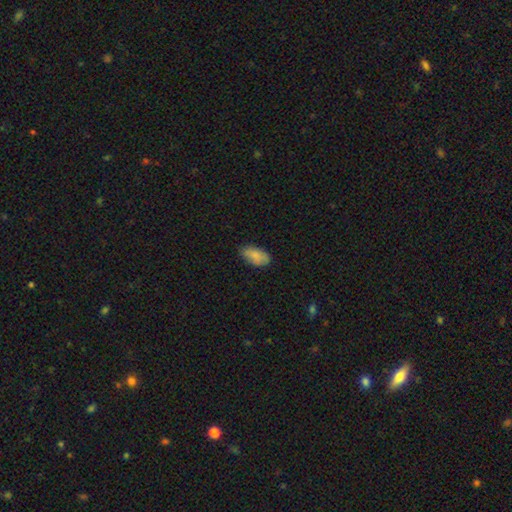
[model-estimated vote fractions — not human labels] Smooth or featured? smooth (83%)
How rounded? in between (93%)
Merging? none (77%)